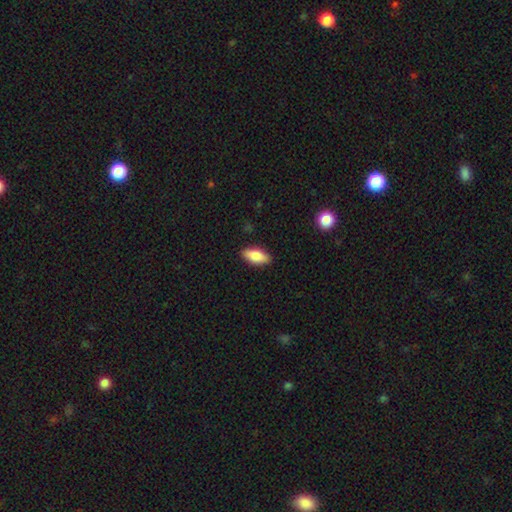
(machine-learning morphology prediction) type=smooth (80%); roundness=in between (82%); merging=none (89%).